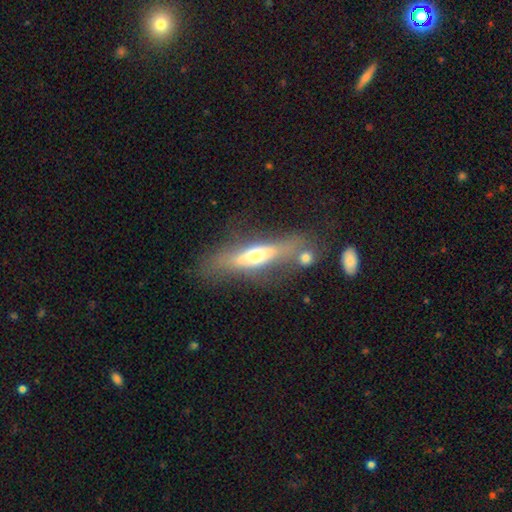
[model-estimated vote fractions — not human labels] Smooth or featured? Predicted: featured or disk (p=0.53). Edge-on disk? Predicted: yes (p=0.70). Merging? Predicted: none (p=0.49).